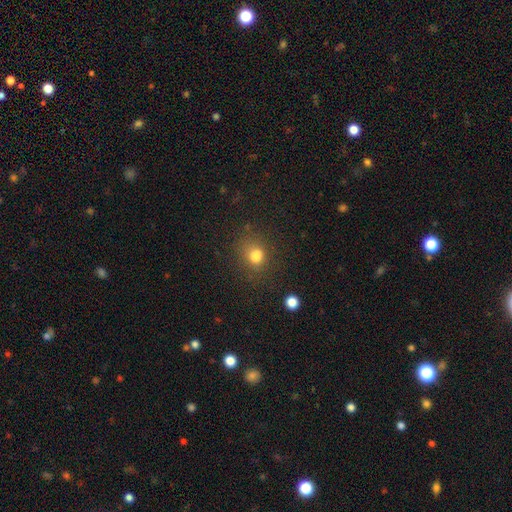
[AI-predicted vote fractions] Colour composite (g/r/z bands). It shows a smooth galaxy with no disk features (78%) that is round (63%). Merging: none (66%).